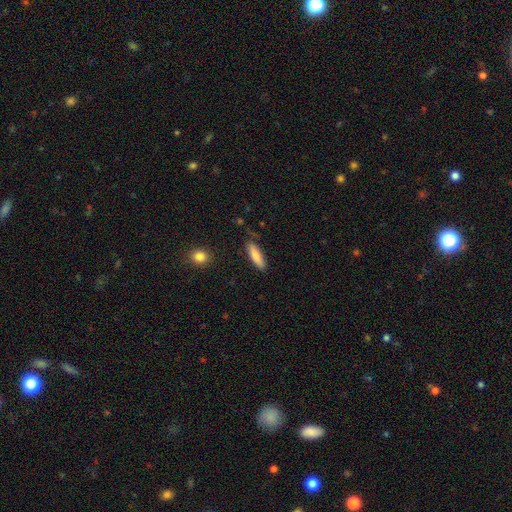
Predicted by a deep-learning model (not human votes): A smooth galaxy with no disk features (82%) that is cigar-shaped (64%).

Vote fractions:
- Smooth or featured? smooth: 82% / featured or disk: 12% / star or artifact: 6%
- How rounded? cigar-shaped: 64% / in between: 35% / round: 2%
- Merging? none: 78% / minor disturbance: 17% / major disturbance: 4% / merger: 2%